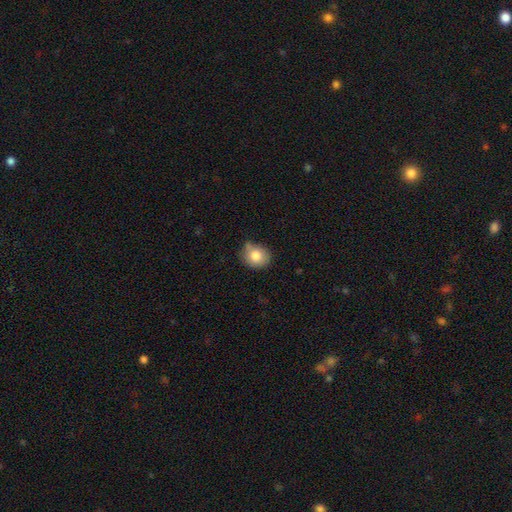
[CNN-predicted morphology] Q: Smooth or featured?
A: smooth (81%); runner-up: featured or disk (10%)
Q: How rounded?
A: round (69%); runner-up: in between (31%)
Q: Merging?
A: none (68%); runner-up: minor disturbance (24%)